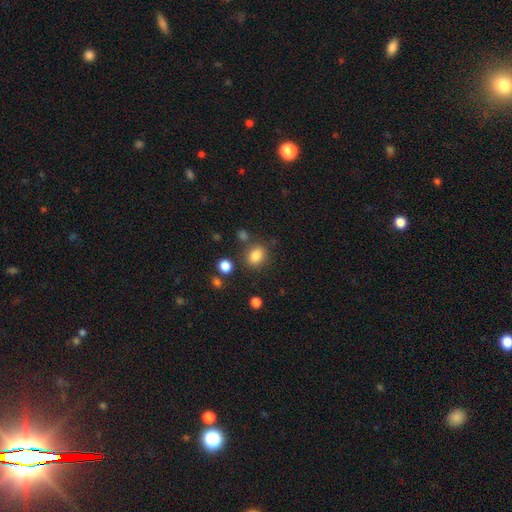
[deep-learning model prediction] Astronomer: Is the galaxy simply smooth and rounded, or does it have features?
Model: smooth — 83%.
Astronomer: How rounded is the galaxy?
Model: round — 53% (runner-up: in between, 46%).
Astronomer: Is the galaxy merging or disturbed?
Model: none — 79%.